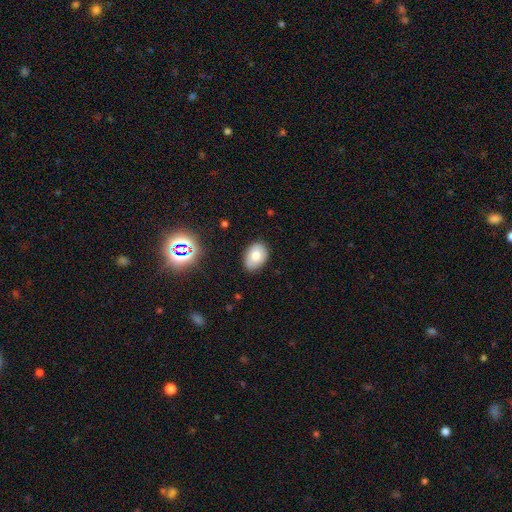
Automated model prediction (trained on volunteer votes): smooth 74%, featured or disk 15%, star or artifact 11%. Down the decision tree: how rounded — in between (81%); merging — none (82%).